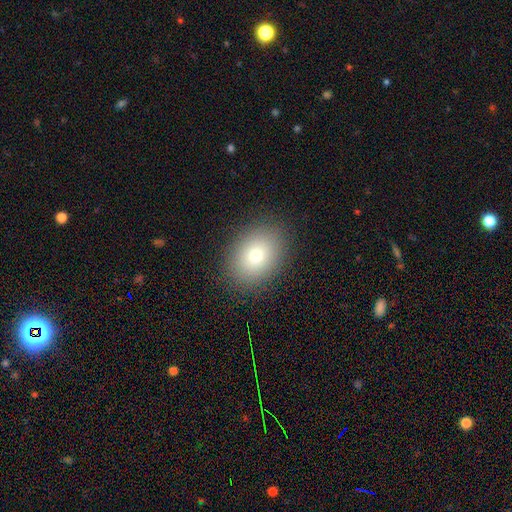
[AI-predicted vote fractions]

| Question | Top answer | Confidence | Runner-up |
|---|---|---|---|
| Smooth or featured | smooth | 75% | featured or disk (13%) |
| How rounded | in between | 59% | round (41%) |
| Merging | none | 88% | minor disturbance (8%) |